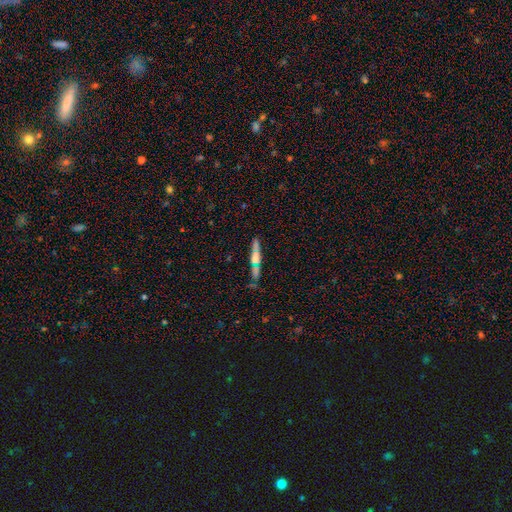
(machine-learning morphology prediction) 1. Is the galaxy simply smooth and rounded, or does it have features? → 54% featured or disk, 33% smooth, 13% star or artifact.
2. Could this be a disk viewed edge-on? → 85% yes, 15% no.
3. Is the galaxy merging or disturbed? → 69% none, 13% minor disturbance, 13% merger, 5% major disturbance.